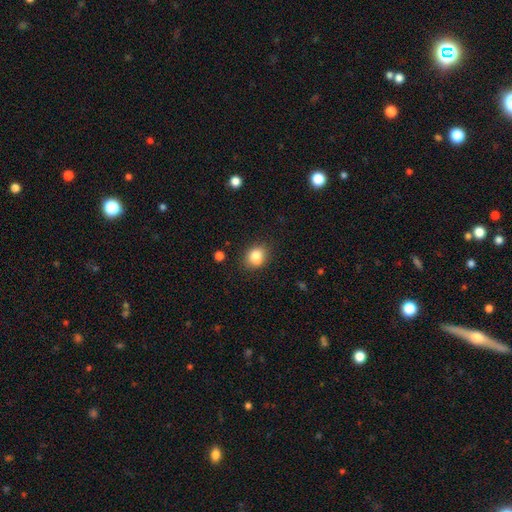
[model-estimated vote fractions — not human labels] The model was most divided on "how rounded": round: 56%, in between: 43%, cigar-shaped: 1%. More confident: smooth or featured — smooth (83%); merging — none (81%).